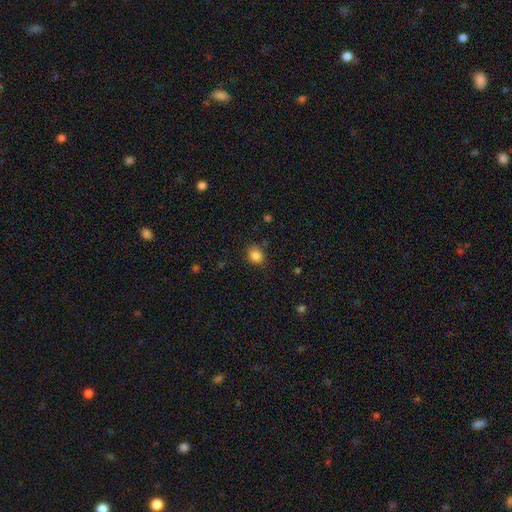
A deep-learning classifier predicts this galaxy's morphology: A smooth galaxy with no disk features (85%) that is in between round and cigar-shaped (57%). Merging: none (78%).